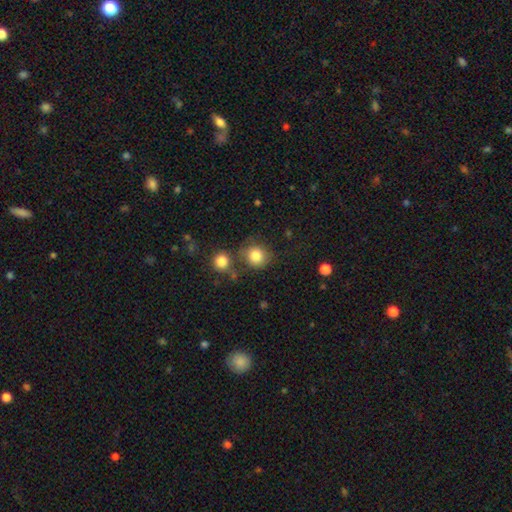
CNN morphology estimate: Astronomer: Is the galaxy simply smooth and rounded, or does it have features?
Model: smooth — 83%.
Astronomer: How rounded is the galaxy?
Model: round — 87%.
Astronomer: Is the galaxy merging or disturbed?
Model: none — 68%.